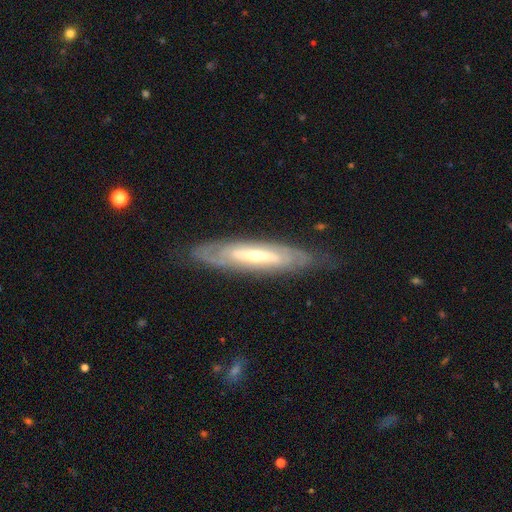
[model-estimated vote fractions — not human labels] This is likely a featured or disk galaxy (76%). It is possibly not viewed edge-on (59%). Merging: likely none (74%).